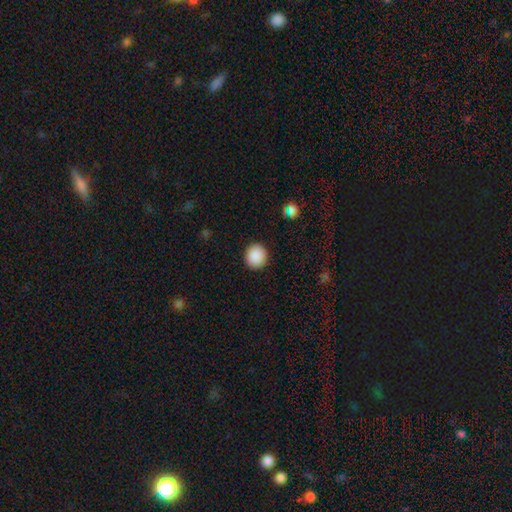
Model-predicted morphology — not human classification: A smooth galaxy with no disk features (89%) that is round (87%).

Vote fractions:
- Smooth or featured? smooth: 89% / star or artifact: 8% / featured or disk: 3%
- How rounded? round: 87% / in between: 12% / cigar-shaped: 1%
- Merging? none: 92% / minor disturbance: 5% / major disturbance: 2% / merger: 1%